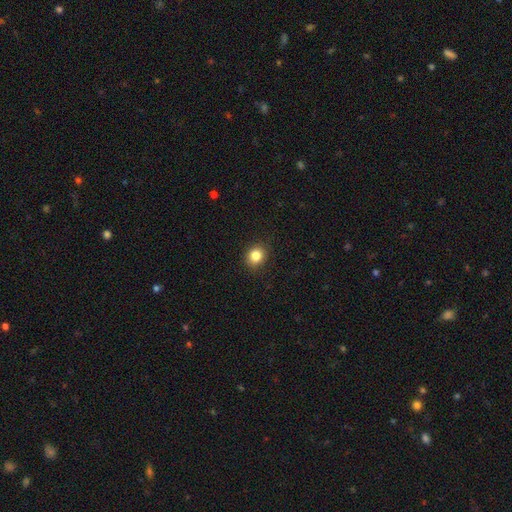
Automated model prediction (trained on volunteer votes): This is clearly a smooth galaxy (84%). How rounded: likely round (73%). Merging: clearly none (90%).